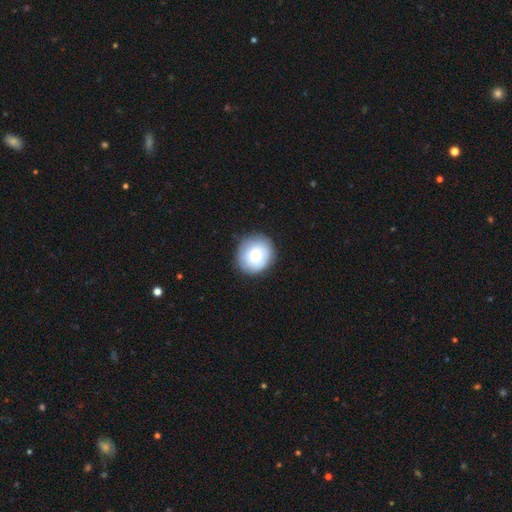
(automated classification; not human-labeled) smooth-or-featured: smooth: 73% | featured or disk: 19% | star or artifact: 7%
  how-rounded: round: 87% | in between: 12% | cigar-shaped: 1%
  merging: none: 84% | minor disturbance: 11% | major disturbance: 3% | merger: 1%